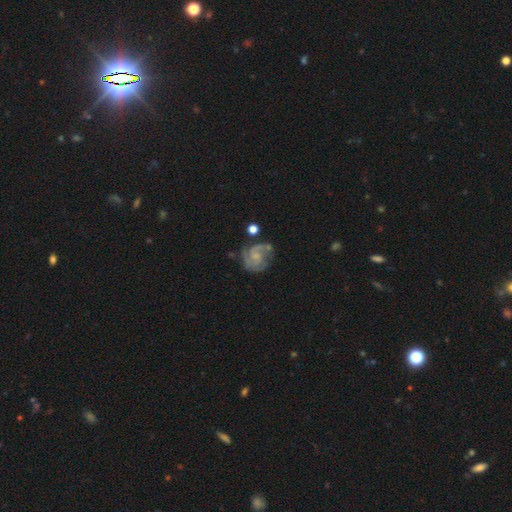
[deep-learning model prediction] Smooth or featured? Predicted: featured or disk (p=0.82). Edge-on disk? Predicted: no (p=0.98). Bar? Predicted: no (p=0.59). Spiral arms? Predicted: yes (p=0.95). Spiral winding? Predicted: tight (p=0.46). Spiral arm count? Predicted: 2 (p=0.55). Bulge size? Predicted: small (p=0.52). Merging? Predicted: none (p=0.60).